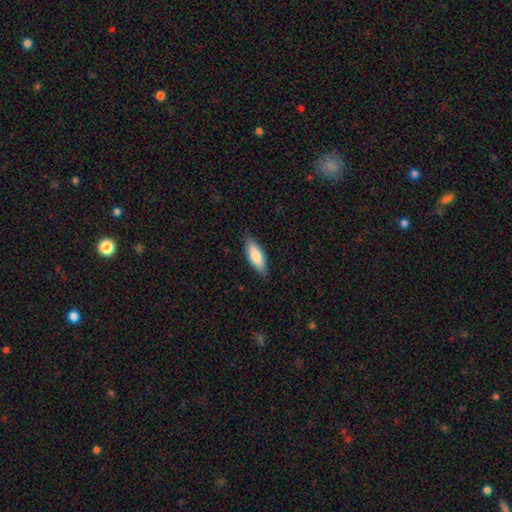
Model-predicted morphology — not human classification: type=smooth (80%); roundness=in between (67%); merging=none (84%).